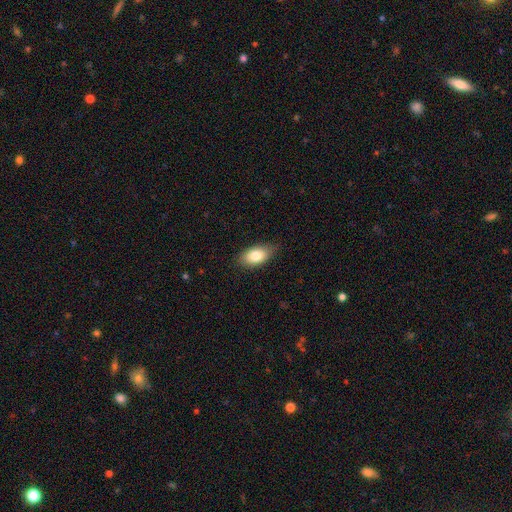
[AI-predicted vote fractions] Q: Smooth or featured?
A: smooth (81%); runner-up: featured or disk (12%)
Q: How rounded?
A: in between (91%); runner-up: round (5%)
Q: Merging?
A: none (81%); runner-up: minor disturbance (15%)